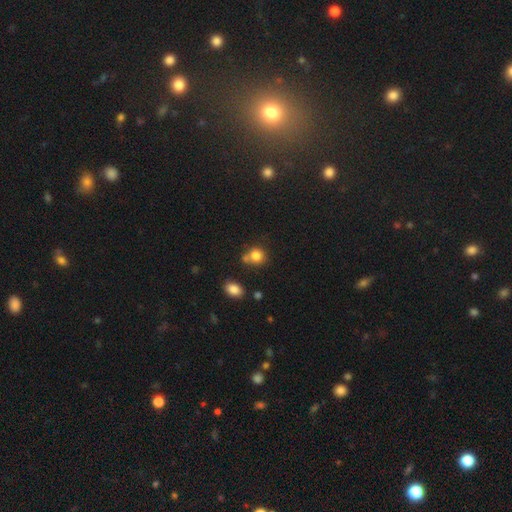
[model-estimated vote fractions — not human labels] smooth_or_featured: smooth (p=0.82) [alt: star or artifact p=0.11]
how_rounded: round (p=0.81) [alt: in between p=0.18]
merging: none (p=0.59) [alt: merger p=0.22]